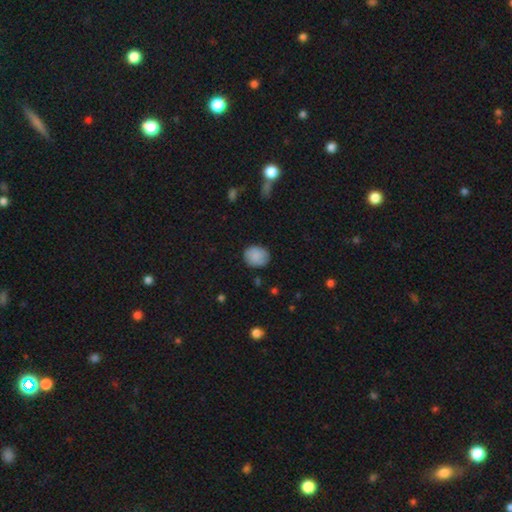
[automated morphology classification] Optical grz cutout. It shows a smooth galaxy with no disk features (84%) that is round (68%). Merging: none (79%).